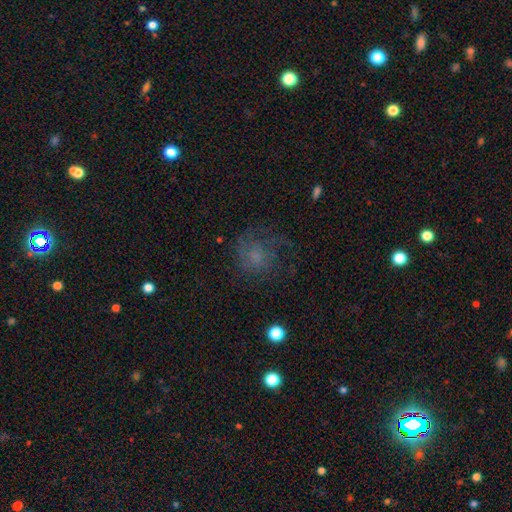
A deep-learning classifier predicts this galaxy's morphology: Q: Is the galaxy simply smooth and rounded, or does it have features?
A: smooth — 47%.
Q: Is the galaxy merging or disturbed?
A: none — 55%.